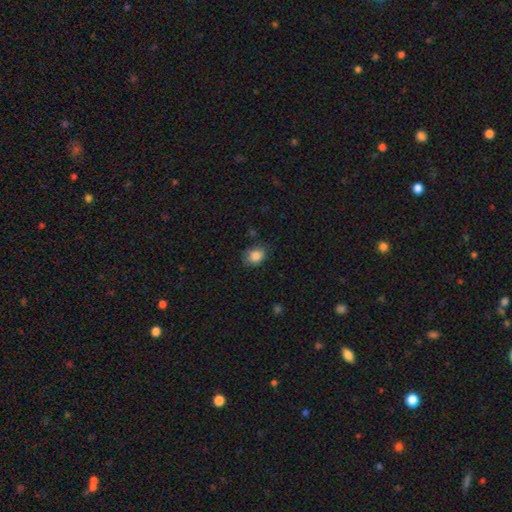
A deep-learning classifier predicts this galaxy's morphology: This is clearly a smooth galaxy (86%). How rounded: possibly in between (50%, tied with round). Merging: likely none (72%).